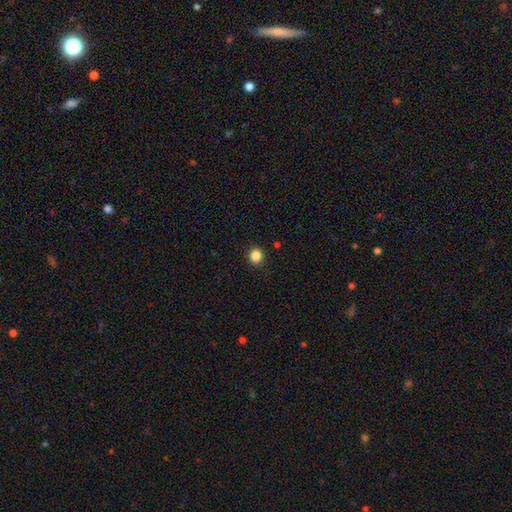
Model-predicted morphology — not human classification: This appears to be a smooth galaxy with no disk features (85%) that is round (87%). Merging: none (92%).